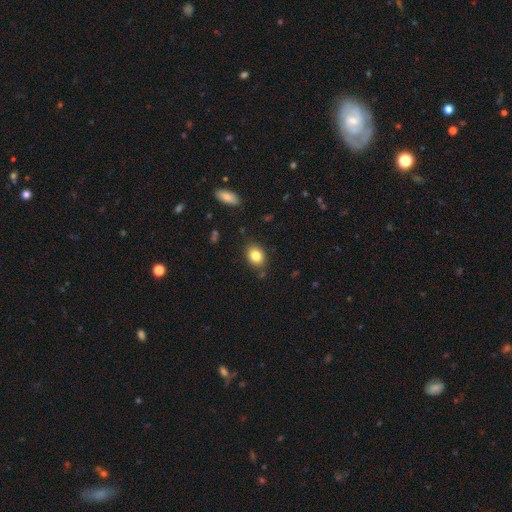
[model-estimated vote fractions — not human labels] smooth-or-featured: smooth: 83% | star or artifact: 9% | featured or disk: 8%
  how-rounded: in between: 65% | round: 34% | cigar-shaped: 1%
  merging: none: 83% | minor disturbance: 12% | major disturbance: 3% | merger: 2%